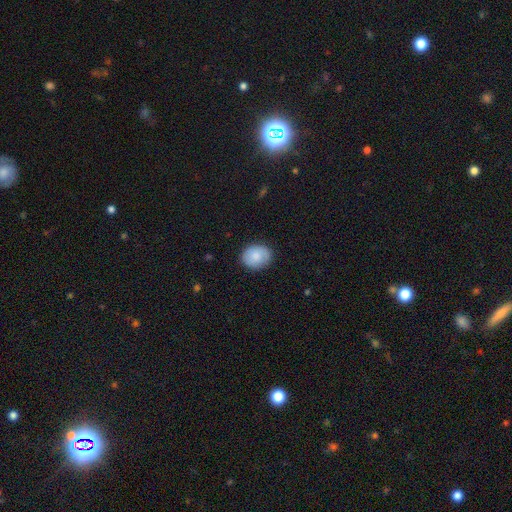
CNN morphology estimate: This appears to be a smooth galaxy with no disk features (82%) that is round (54%). Merging: none (85%).